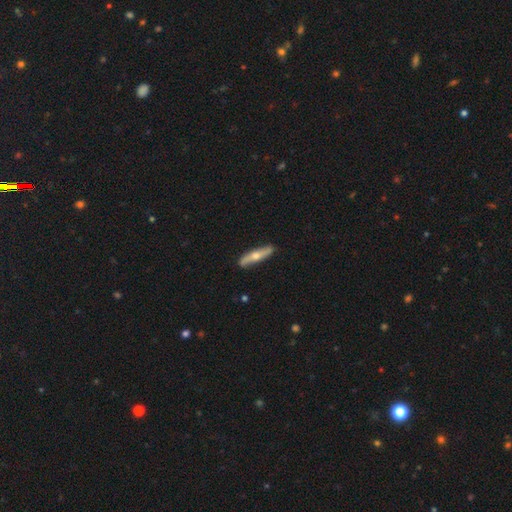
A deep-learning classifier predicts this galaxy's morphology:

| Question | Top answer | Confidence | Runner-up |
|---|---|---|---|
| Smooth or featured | featured or disk | 51% | smooth (44%) |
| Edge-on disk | yes | 70% | no (30%) |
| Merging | none | 85% | minor disturbance (12%) |